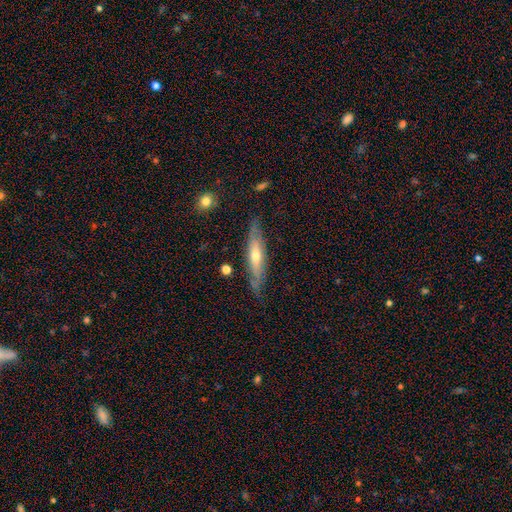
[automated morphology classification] smooth-or-featured: featured or disk: 64% | smooth: 30% | star or artifact: 6%
  disk-edge-on: yes: 70% | no: 30%
  merging: none: 79% | minor disturbance: 16% | major disturbance: 3% | merger: 2%